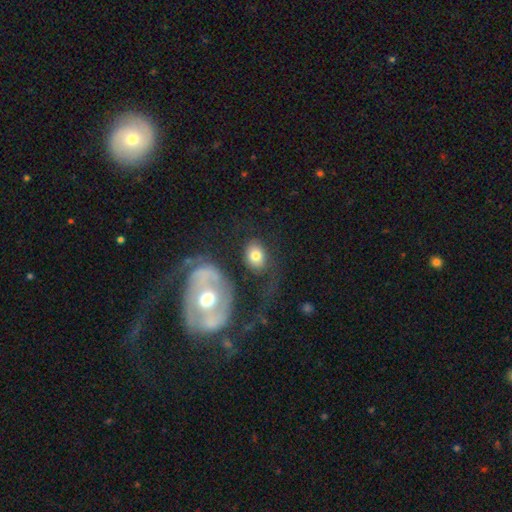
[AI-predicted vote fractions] Overall: smooth (71%). How rounded: in between (68%; round 31%). Merging: none (60%).